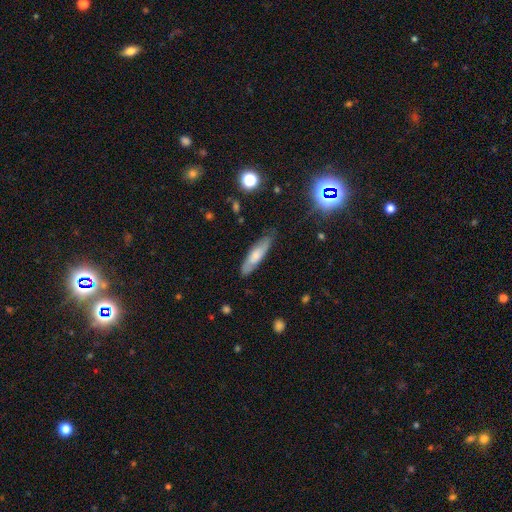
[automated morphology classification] Smooth or featured?
  - smooth: 59% *
  - featured or disk: 35%
  - star or artifact: 6%
How rounded?
  - cigar-shaped: 69% *
  - in between: 29%
  - round: 2%
Merging?
  - none: 79% *
  - minor disturbance: 17%
  - major disturbance: 3%
  - merger: 2%